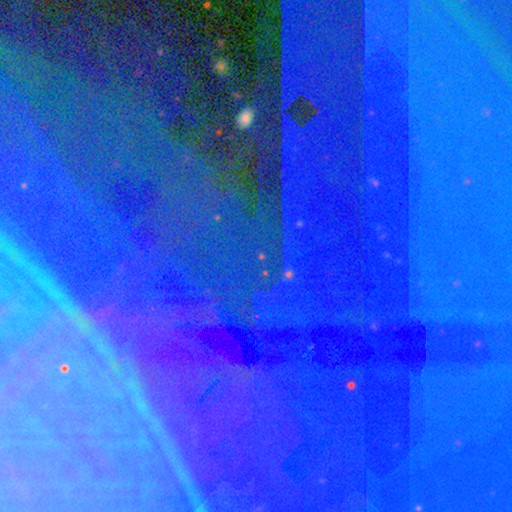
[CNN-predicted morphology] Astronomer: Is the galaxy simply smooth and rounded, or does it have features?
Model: star or artifact — 85%.